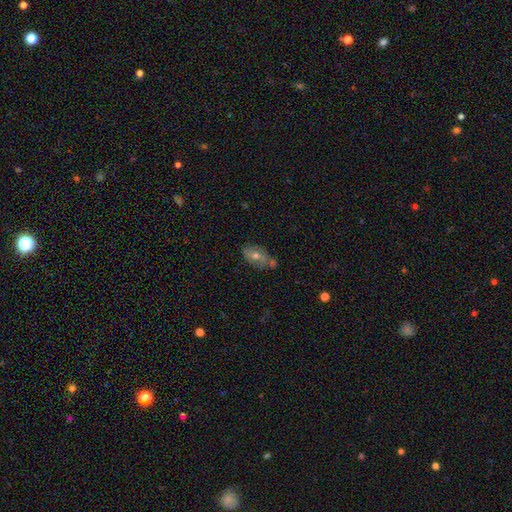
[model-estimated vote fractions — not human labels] Overall: featured or disk (46%; smooth 42%). Merging: none (60%; minor disturbance 20%).